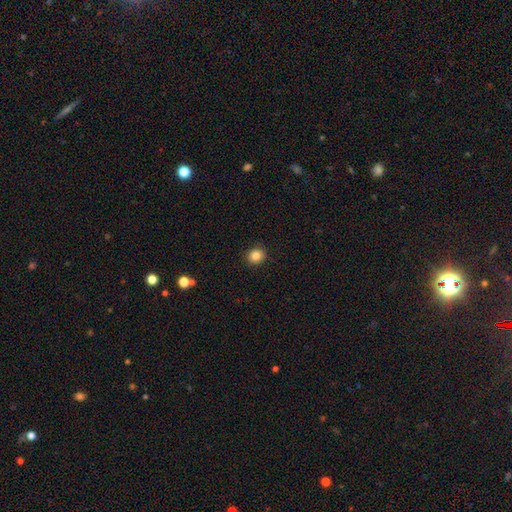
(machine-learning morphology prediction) smooth-or-featured: smooth: 85% | star or artifact: 10% | featured or disk: 4%
  how-rounded: round: 78% | in between: 21% | cigar-shaped: 1%
  merging: none: 91% | minor disturbance: 6% | major disturbance: 2% | merger: 1%